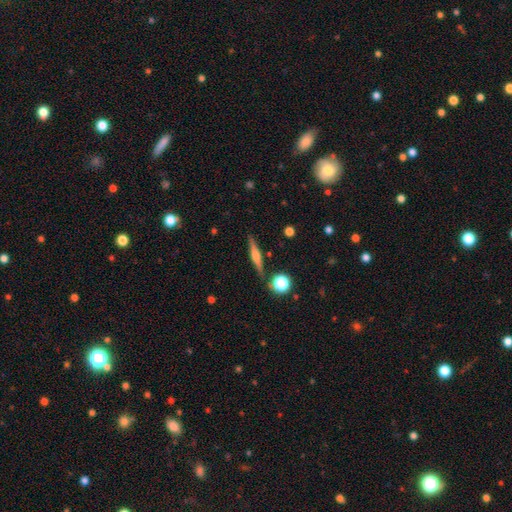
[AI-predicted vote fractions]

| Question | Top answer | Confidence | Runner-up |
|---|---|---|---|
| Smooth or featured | featured or disk | 60% | smooth (33%) |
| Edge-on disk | yes | 96% | no (4%) |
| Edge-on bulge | rounded | 79% | boxy (12%) |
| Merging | none | 86% | minor disturbance (9%) |